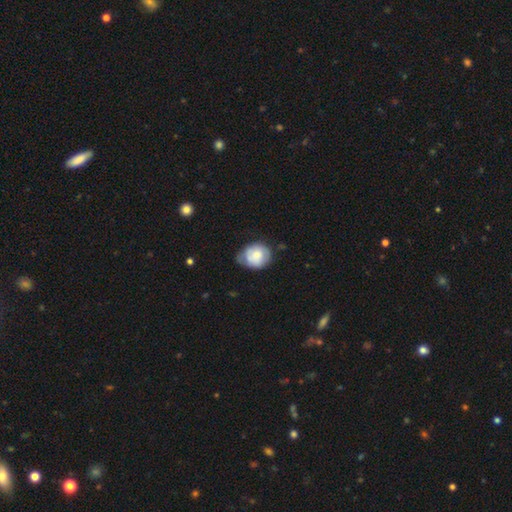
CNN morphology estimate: Overall: smooth (64%; featured or disk 29%). How rounded: round (64%; in between 36%). Merging: none (48%; minor disturbance 38%).